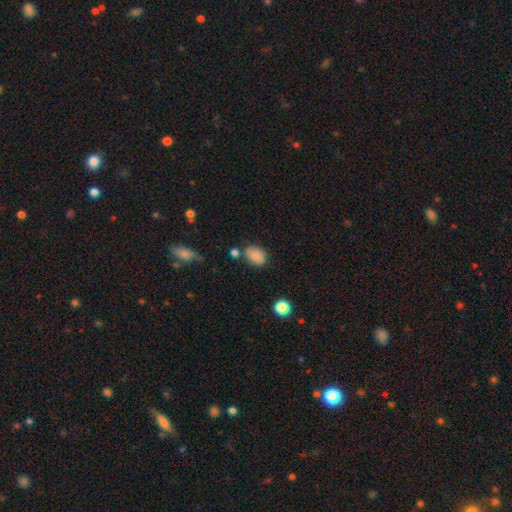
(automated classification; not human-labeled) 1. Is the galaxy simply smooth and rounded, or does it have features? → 80% smooth, 10% featured or disk, 10% star or artifact.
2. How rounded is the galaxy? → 76% in between, 23% round, 1% cigar-shaped.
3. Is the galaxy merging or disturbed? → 70% none, 19% minor disturbance, 7% merger, 4% major disturbance.